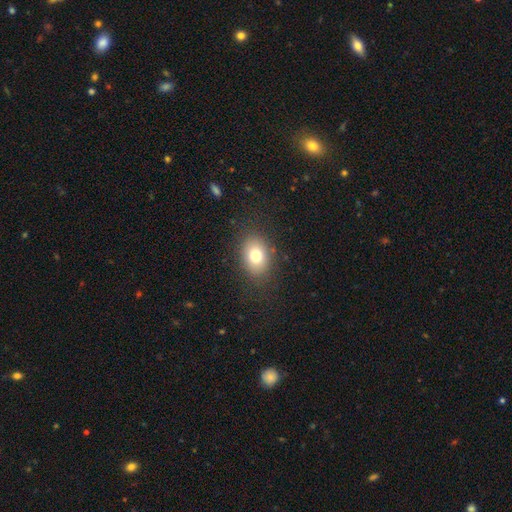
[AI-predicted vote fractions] Overall: smooth (76%). How rounded: in between (71%). Merging: none (84%).